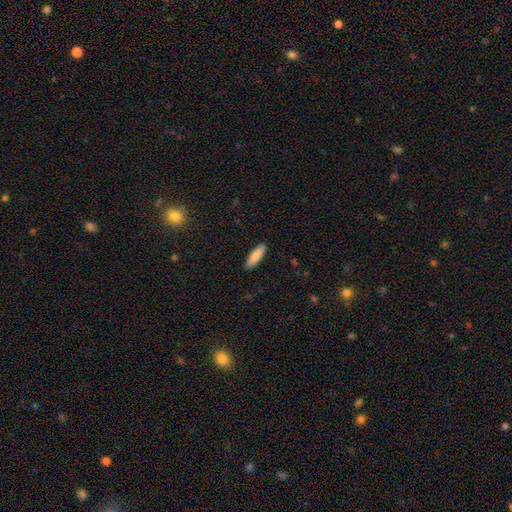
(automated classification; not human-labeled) A smooth galaxy with no disk features (86%) that is cigar-shaped (58%).

Vote fractions:
- Smooth or featured? smooth: 86% / featured or disk: 9% / star or artifact: 6%
- How rounded? cigar-shaped: 58% / in between: 41% / round: 2%
- Merging? none: 91% / minor disturbance: 7% / major disturbance: 2% / merger: 1%